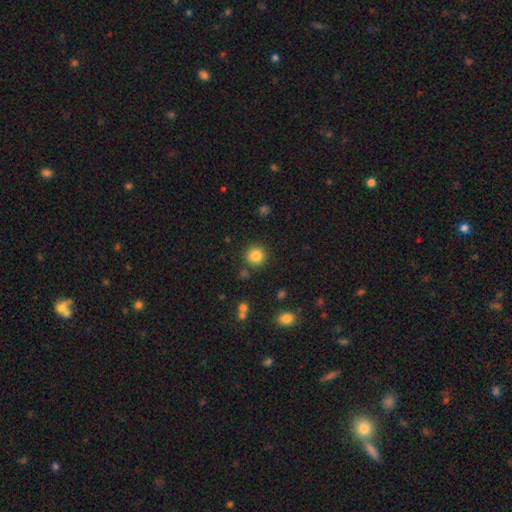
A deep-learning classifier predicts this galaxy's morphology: The model was most divided on "smooth or featured": smooth: 84%, star or artifact: 11%, featured or disk: 5%. More confident: how rounded — round (93%); merging — none (87%).